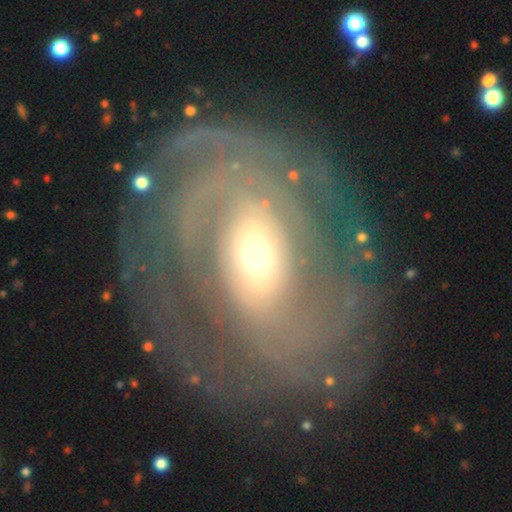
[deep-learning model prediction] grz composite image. It shows a featured or disk galaxy (74%) with no bar (64%), spiral arms (68%) and a moderate central bulge (59%). Merging: none (64%).